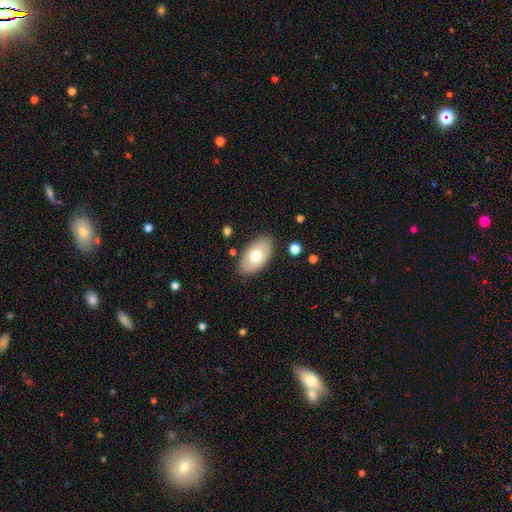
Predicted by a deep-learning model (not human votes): smooth-or-featured: smooth: 67% | featured or disk: 27% | star or artifact: 6%
  how-rounded: in between: 94% | round: 5% | cigar-shaped: 1%
  merging: none: 84% | minor disturbance: 12% | major disturbance: 3% | merger: 2%